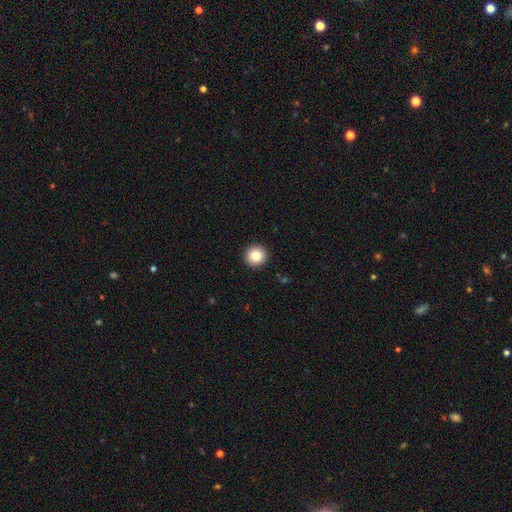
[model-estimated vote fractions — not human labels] This appears to be a smooth galaxy with no disk features (83%) that is round (95%). Merging: none (93%).